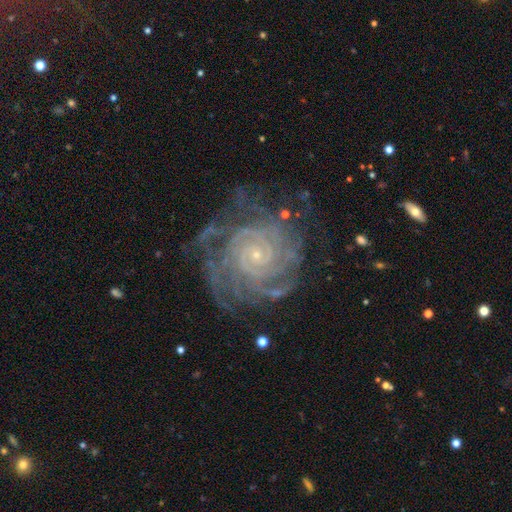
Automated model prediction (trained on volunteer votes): This is clearly a featured or disk galaxy (87%). It is clearly not viewed edge-on (97%). Bar: likely no (76%). Spiral arm pattern: clearly yes (97%). Spiral arm count: marginally can't tell (26%). Spiral winding: clearly tight (80%). Central bulge: clearly small (85%). Merging: likely none (73%).